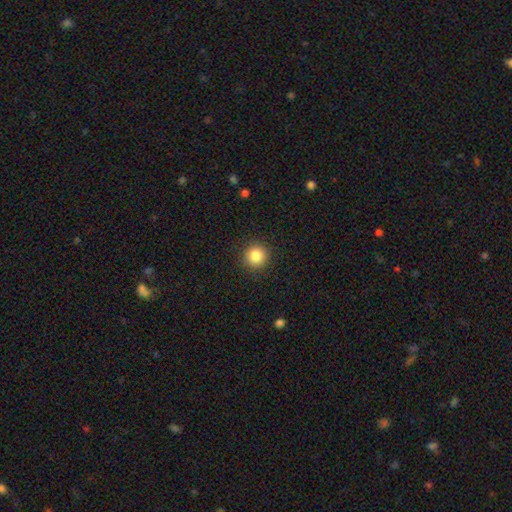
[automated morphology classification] Smooth or featured? smooth (84%)
How rounded? round (94%)
Merging? none (91%)